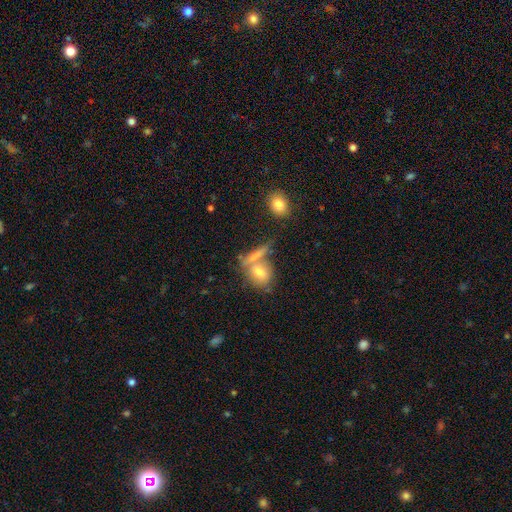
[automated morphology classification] Smooth or featured? Predicted: smooth (p=0.53). How rounded? Predicted: in between (p=0.51). Merging? Predicted: none (p=0.46).